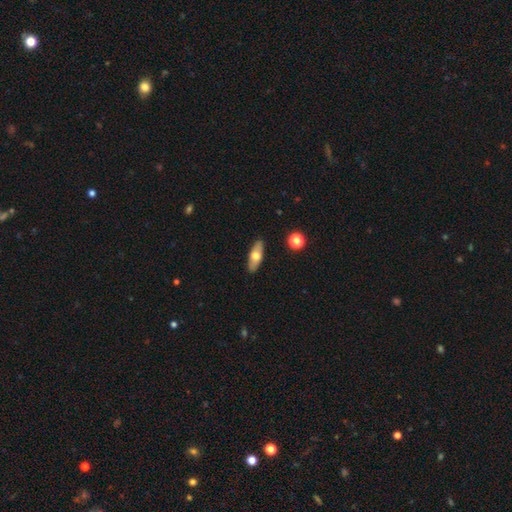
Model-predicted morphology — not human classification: Q: Smooth or featured?
A: smooth (61%); runner-up: featured or disk (32%)
Q: How rounded?
A: in between (67%); runner-up: cigar-shaped (30%)
Q: Merging?
A: none (89%); runner-up: minor disturbance (8%)